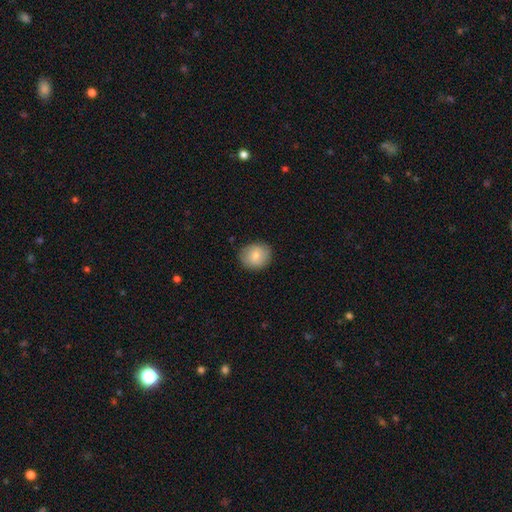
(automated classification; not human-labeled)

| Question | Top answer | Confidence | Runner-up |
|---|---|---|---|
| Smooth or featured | smooth | 80% | featured or disk (13%) |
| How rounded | round | 77% | in between (22%) |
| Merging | none | 86% | minor disturbance (11%) |